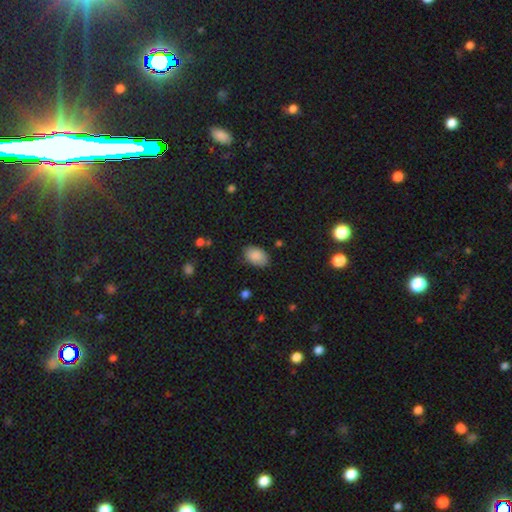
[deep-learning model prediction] Morphology: type=smooth (87%); roundness=in between (89%); merging=none (82%).